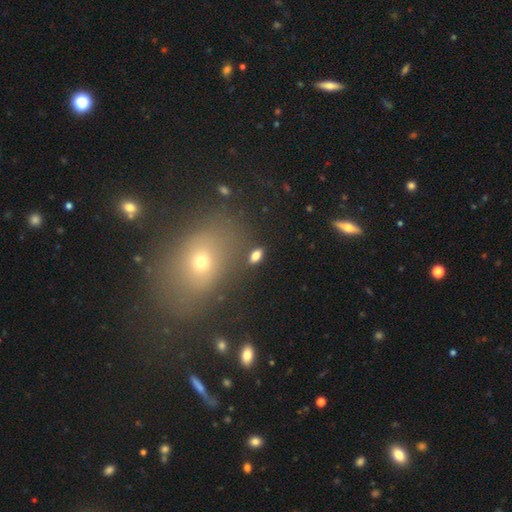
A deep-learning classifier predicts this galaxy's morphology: Smooth or featured?
  - smooth: 78% *
  - star or artifact: 13%
  - featured or disk: 9%
How rounded?
  - in between: 88% *
  - round: 9%
  - cigar-shaped: 3%
Merging?
  - none: 82% *
  - minor disturbance: 9%
  - merger: 5%
  - major disturbance: 4%